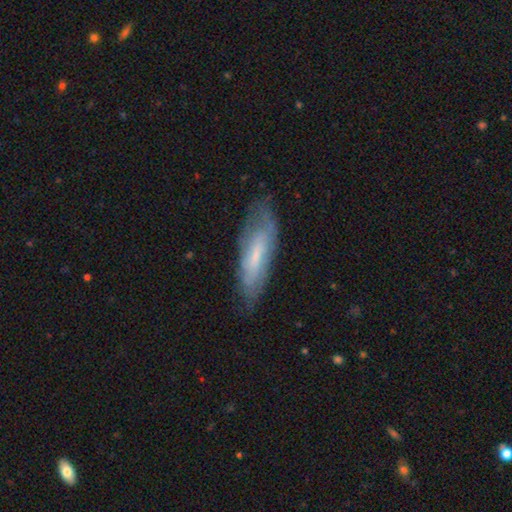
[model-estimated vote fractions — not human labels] This is possibly a featured or disk galaxy (49%). Merging: likely none (71%).